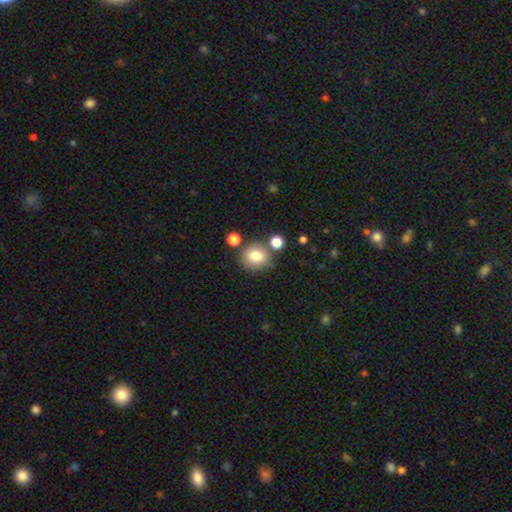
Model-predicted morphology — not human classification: A smooth galaxy with no disk features (79%) that is round (82%). Merging: none (73%).